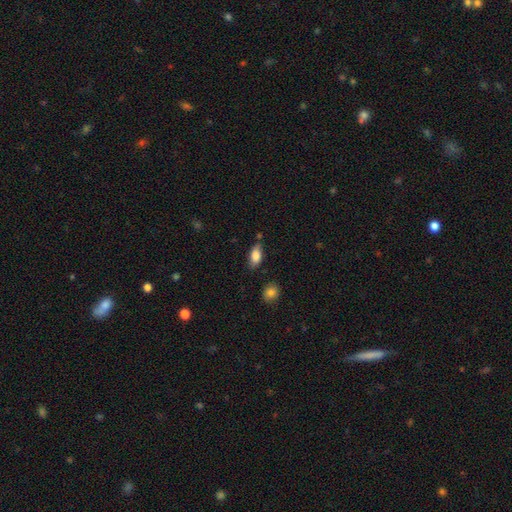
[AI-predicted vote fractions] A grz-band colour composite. It shows a smooth galaxy with no disk features (83%) that is in between round and cigar-shaped (88%). Merging: none (68%).